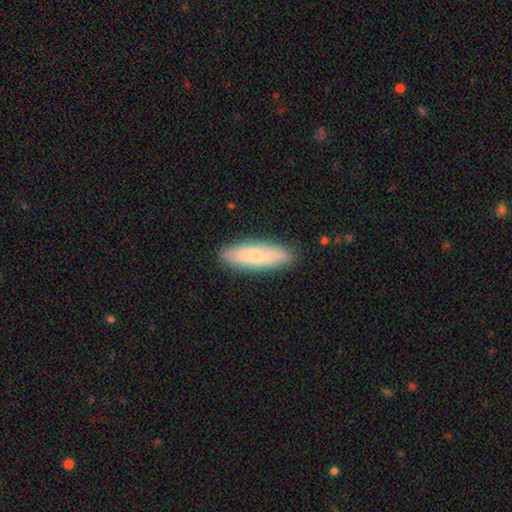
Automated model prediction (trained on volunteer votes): Smooth or featured? Predicted: smooth (p=0.69). How rounded? Predicted: cigar-shaped (p=0.52). Merging? Predicted: none (p=0.87).